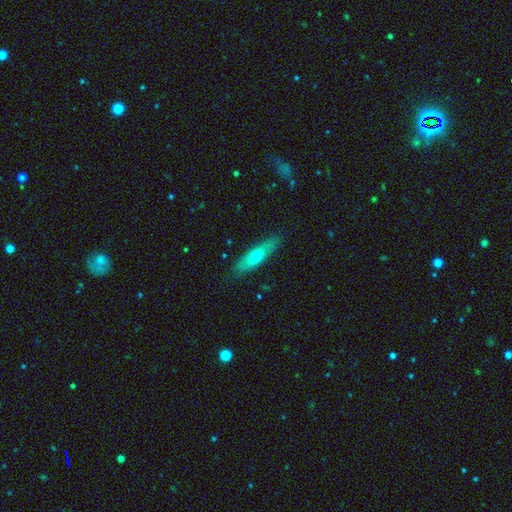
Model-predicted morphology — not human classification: smooth-or-featured: smooth: 61% | featured or disk: 34% | star or artifact: 6%
  how-rounded: cigar-shaped: 68% | in between: 30% | round: 2%
  merging: none: 82% | minor disturbance: 14% | major disturbance: 3% | merger: 1%